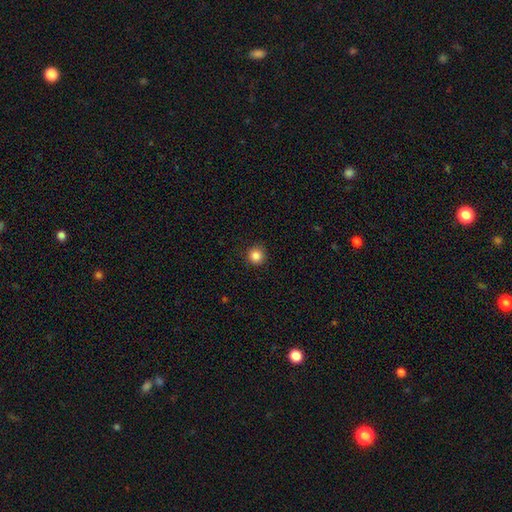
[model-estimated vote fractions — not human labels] smooth-or-featured: smooth: 86% | star or artifact: 11% | featured or disk: 4%
  how-rounded: round: 94% | in between: 5% | cigar-shaped: 1%
  merging: none: 91% | minor disturbance: 6% | major disturbance: 2% | merger: 1%